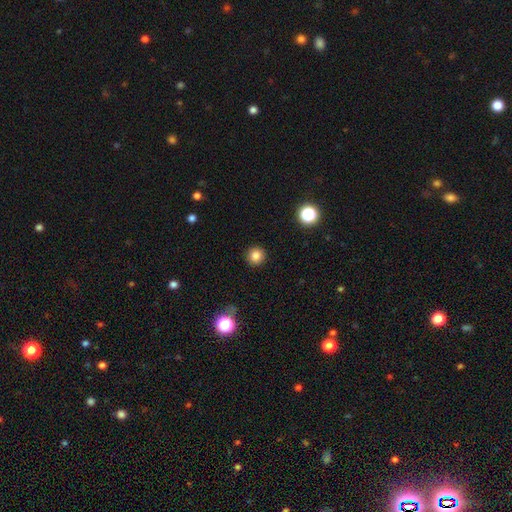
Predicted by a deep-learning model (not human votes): Overall: smooth (83%). How rounded: round (94%). Merging: none (92%).